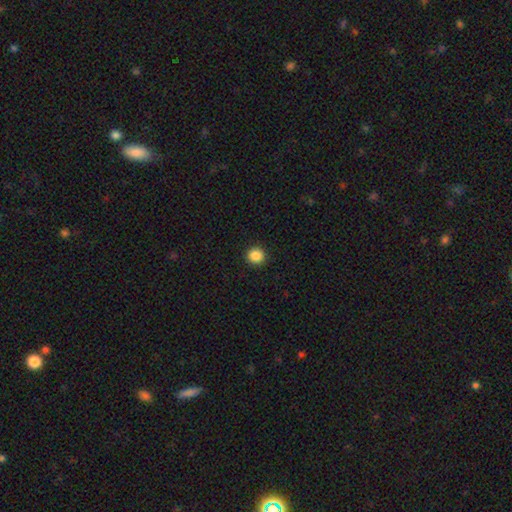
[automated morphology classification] This appears to be a smooth galaxy with no disk features (86%) that is round (92%). Merging: none (93%).